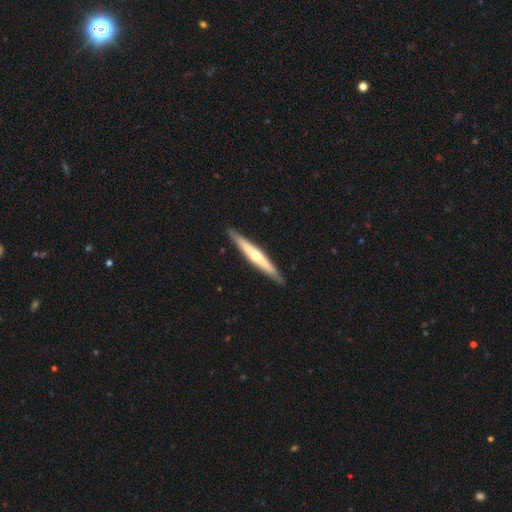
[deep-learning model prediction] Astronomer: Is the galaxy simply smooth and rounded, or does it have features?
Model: featured or disk — 62%.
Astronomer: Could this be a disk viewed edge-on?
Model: yes — 96%.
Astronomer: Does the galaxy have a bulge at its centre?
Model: rounded — 77%.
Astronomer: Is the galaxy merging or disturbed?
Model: none — 90%.